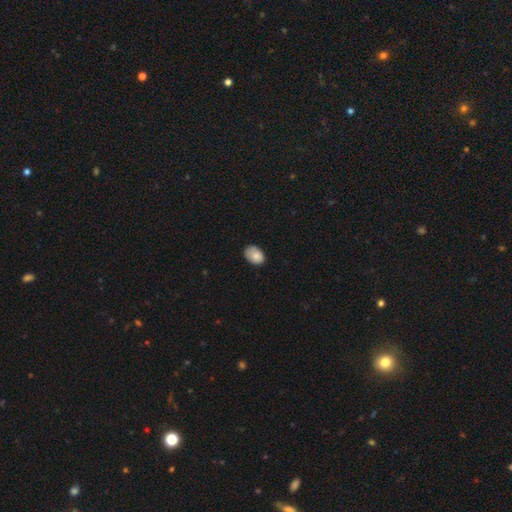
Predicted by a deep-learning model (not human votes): A smooth galaxy with no disk features (82%) that is in between round and cigar-shaped (75%).

Vote fractions:
- Smooth or featured? smooth: 82% / featured or disk: 11% / star or artifact: 7%
- How rounded? in between: 75% / round: 24% / cigar-shaped: 1%
- Merging? none: 67% / minor disturbance: 27% / major disturbance: 5% / merger: 1%